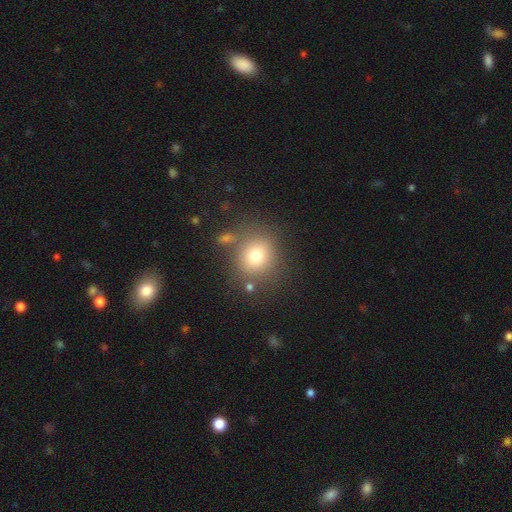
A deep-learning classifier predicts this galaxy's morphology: type=smooth (75%); roundness=round (77%); merging=none (75%).